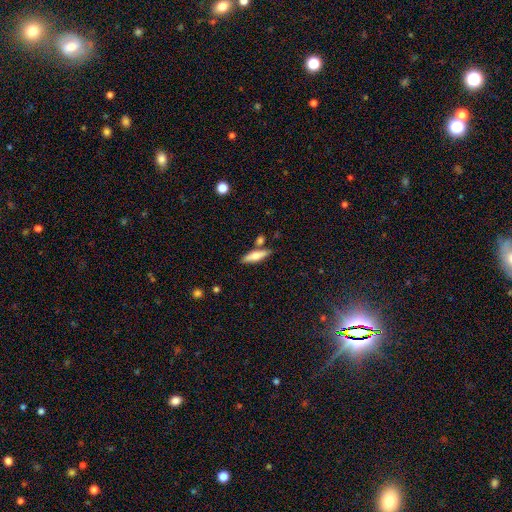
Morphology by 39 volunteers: smooth-or-featured: smooth: 64% | featured or disk: 36% | star or artifact: 0%
  how-rounded: cigar-shaped: 64% | in between: 36% | round: 0%
  merging: none: 77% | merger: 18% | minor disturbance: 5% | major disturbance: 0%